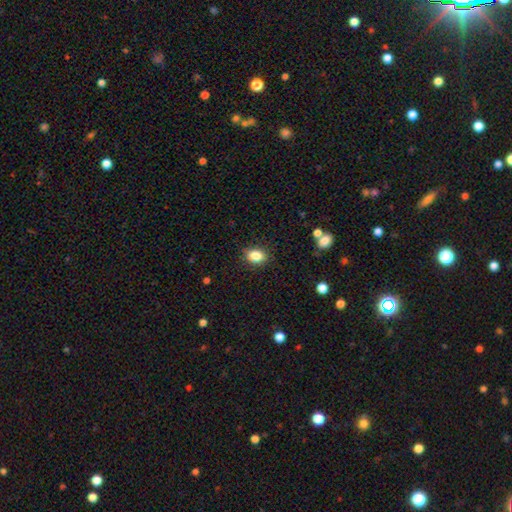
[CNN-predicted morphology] Smooth or featured? Predicted: smooth (p=0.85). How rounded? Predicted: in between (p=0.74). Merging? Predicted: none (p=0.86).